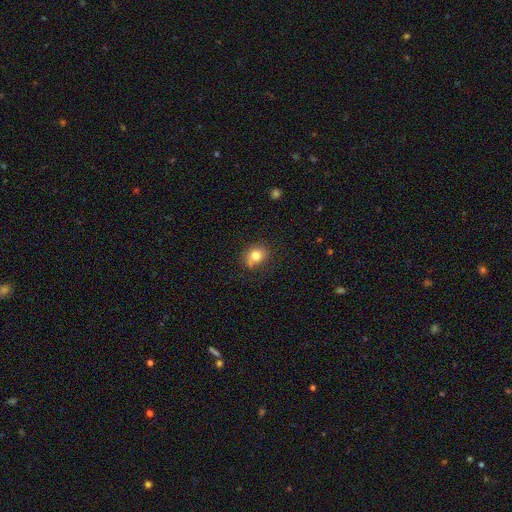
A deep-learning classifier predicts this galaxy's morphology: Smooth or featured: smooth — 77% (featured or disk — 12%)
How rounded: round — 58% (in between — 41%)
Merging: none — 69% (minor disturbance — 23%)